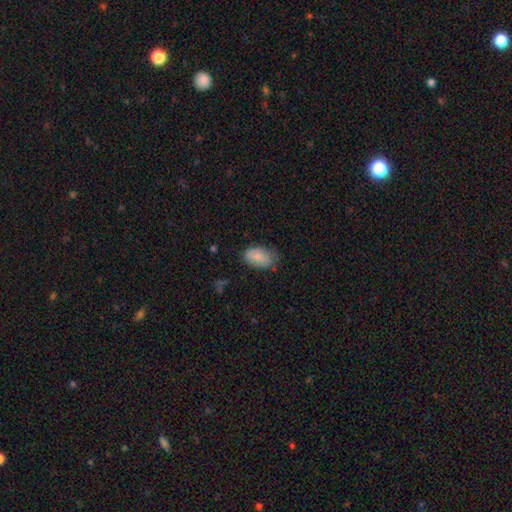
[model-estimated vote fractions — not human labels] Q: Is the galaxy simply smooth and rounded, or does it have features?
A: smooth — 78%.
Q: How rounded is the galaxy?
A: in between — 92%.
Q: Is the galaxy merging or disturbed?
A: none — 63%.